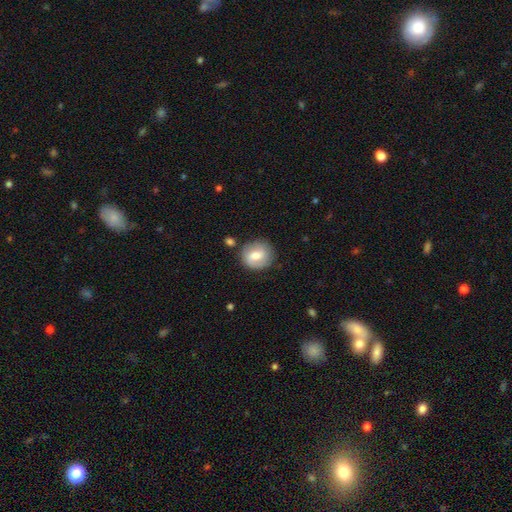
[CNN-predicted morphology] Smooth or featured?
  - smooth: 51% *
  - featured or disk: 42%
  - star or artifact: 7%
How rounded?
  - round: 84% *
  - in between: 15%
  - cigar-shaped: 1%
Merging?
  - none: 79% *
  - minor disturbance: 14%
  - major disturbance: 4%
  - merger: 3%